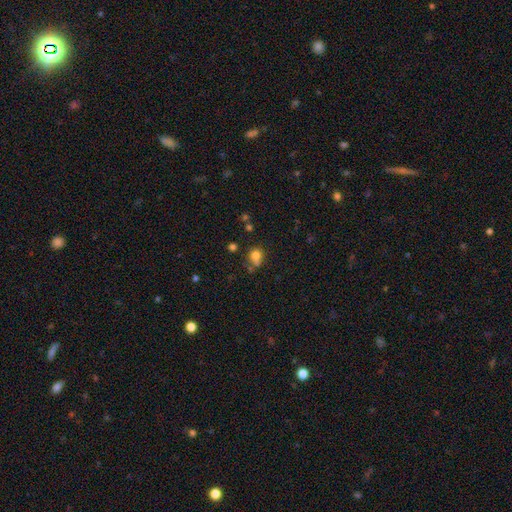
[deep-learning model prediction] This appears to be a smooth galaxy with no disk features (76%) that is round (77%). Merging: none (49%).